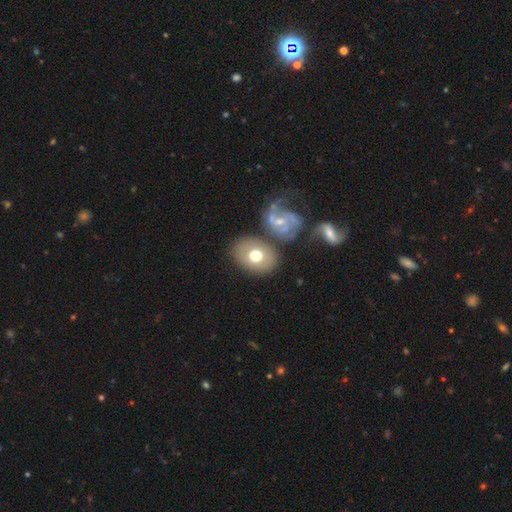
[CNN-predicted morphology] Smooth or featured: smooth — 61% (featured or disk — 33%)
How rounded: in between — 63% (round — 36%)
Merging: none — 64% (merger — 16%)